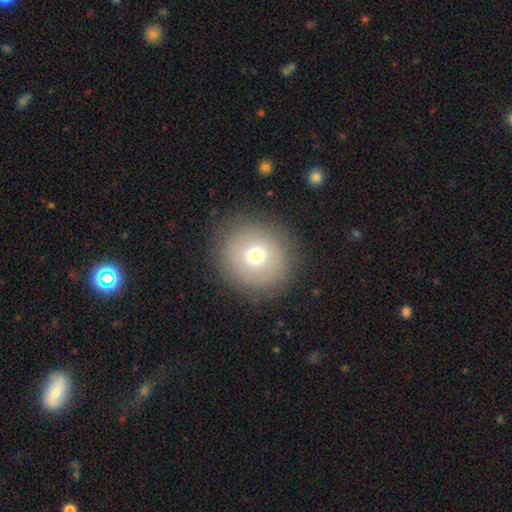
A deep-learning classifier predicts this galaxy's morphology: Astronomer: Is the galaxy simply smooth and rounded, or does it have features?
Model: smooth — 70%.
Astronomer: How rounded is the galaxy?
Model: round — 90%.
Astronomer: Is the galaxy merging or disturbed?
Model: none — 87%.